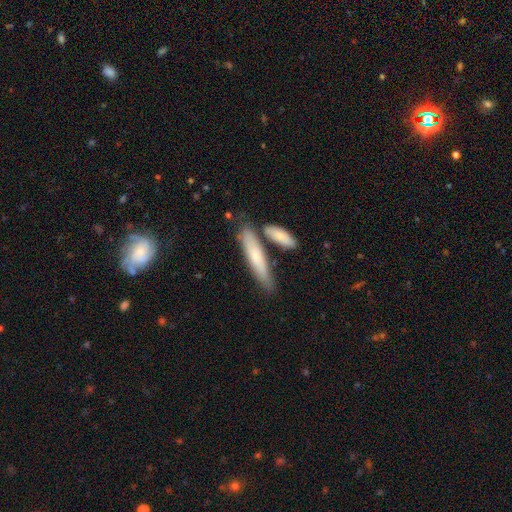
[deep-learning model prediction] Morphology: type=smooth (68%); roundness=cigar-shaped (83%); merging=none (68%).